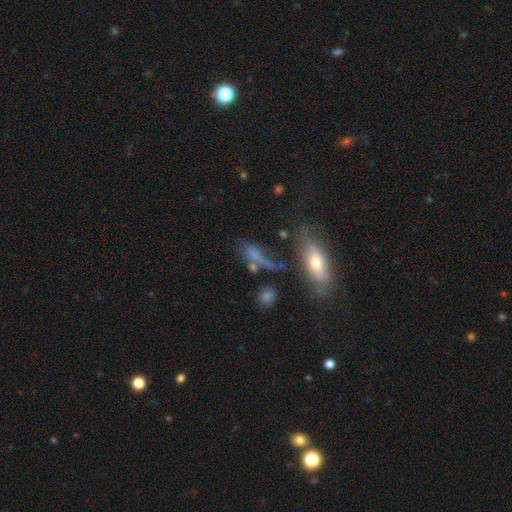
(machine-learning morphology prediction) Smooth or featured? Predicted: smooth (p=0.60). How rounded? Predicted: cigar-shaped (p=0.46). Merging? Predicted: none (p=0.49).